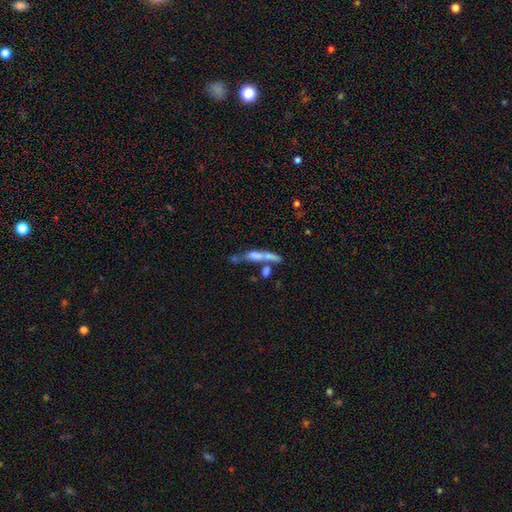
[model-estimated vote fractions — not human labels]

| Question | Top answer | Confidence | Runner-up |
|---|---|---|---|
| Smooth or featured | smooth | 46% | featured or disk (42%) |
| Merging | merger | 44% | none (31%) |